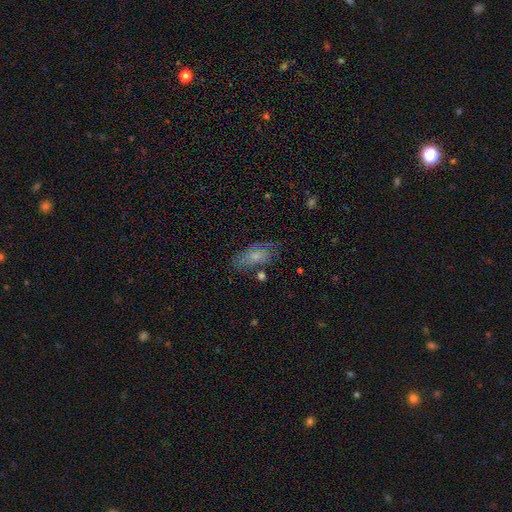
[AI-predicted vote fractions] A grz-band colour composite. It shows a smooth galaxy with no disk features (49%). Merging: none (64%).